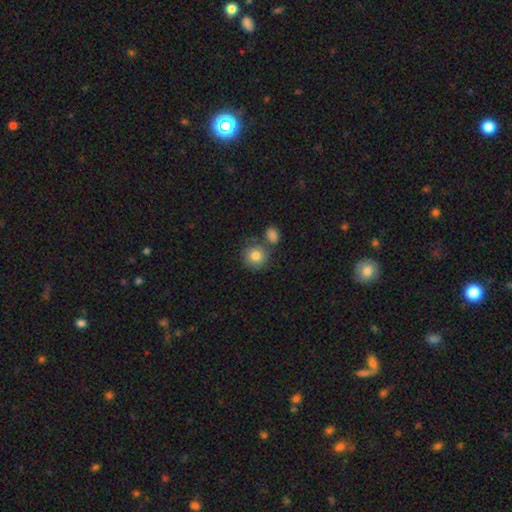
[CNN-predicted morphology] This appears to be a smooth galaxy with no disk features (83%) that is round (88%). Merging: none (66%).